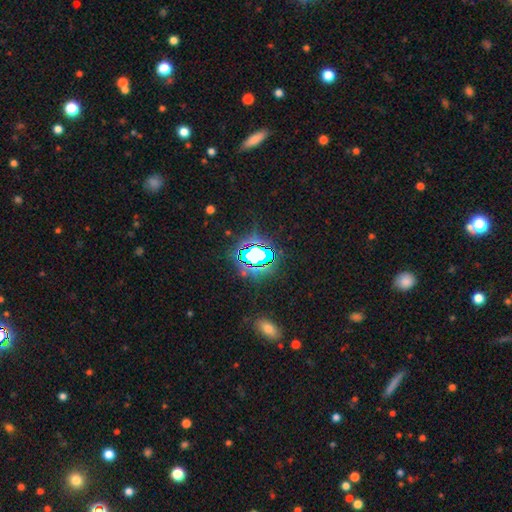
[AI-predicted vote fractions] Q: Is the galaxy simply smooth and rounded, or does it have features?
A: star or artifact — 71%.